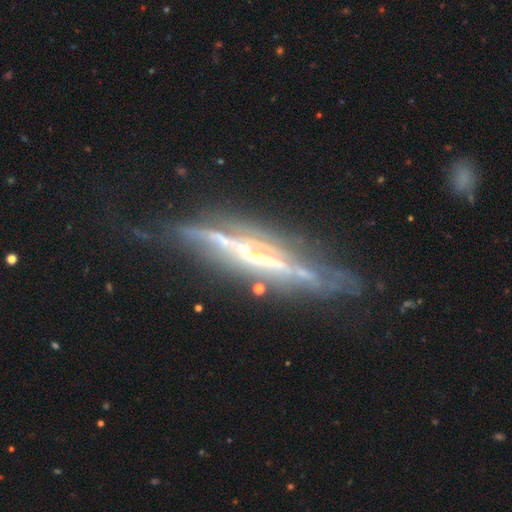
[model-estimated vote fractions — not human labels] A featured or disk galaxy (84%) viewed edge-on (91%) with no central bulge (52%). Merging: none (63%).